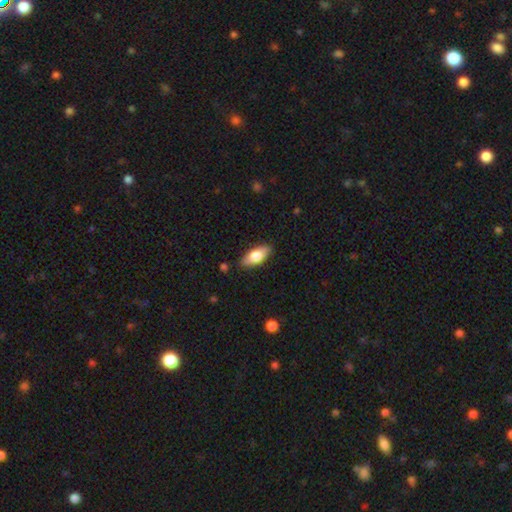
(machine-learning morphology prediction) Smooth or featured? smooth (69%)
How rounded? in between (81%)
Merging? none (85%)